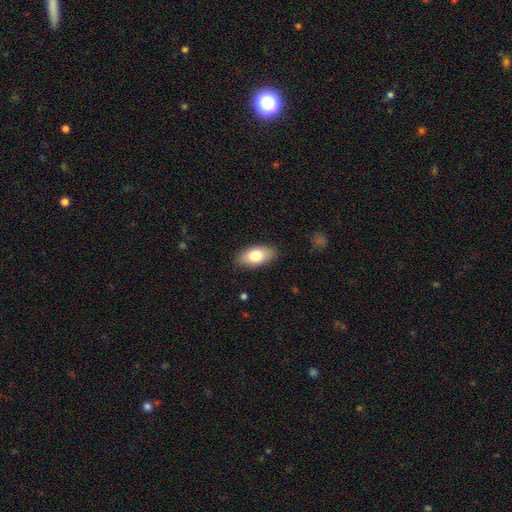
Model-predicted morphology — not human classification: Smooth or featured?
  - smooth: 78% *
  - featured or disk: 15%
  - star or artifact: 6%
How rounded?
  - in between: 92% *
  - cigar-shaped: 4%
  - round: 4%
Merging?
  - none: 86% *
  - minor disturbance: 10%
  - major disturbance: 2%
  - merger: 1%